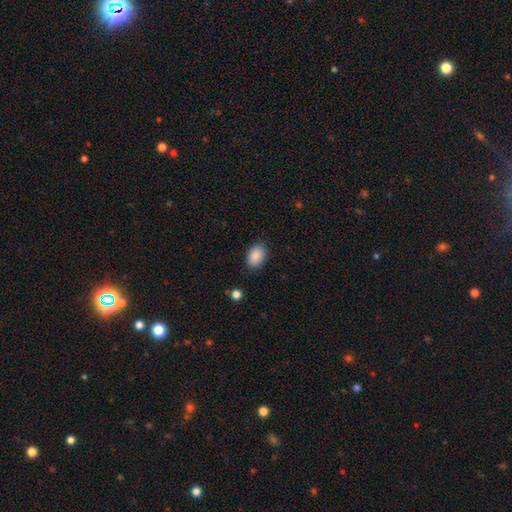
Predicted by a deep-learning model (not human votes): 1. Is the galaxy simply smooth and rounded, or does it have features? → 89% smooth, 7% star or artifact, 3% featured or disk.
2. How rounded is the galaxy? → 87% in between, 12% round, 1% cigar-shaped.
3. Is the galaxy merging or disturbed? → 84% none, 12% minor disturbance, 3% major disturbance, 1% merger.